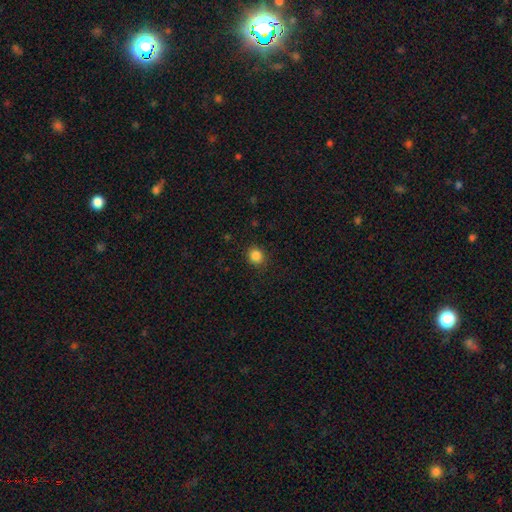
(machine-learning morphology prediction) smooth_or_featured: smooth (p=0.86) [alt: star or artifact p=0.11]
how_rounded: round (p=0.82) [alt: in between p=0.17]
merging: none (p=0.89) [alt: minor disturbance p=0.08]